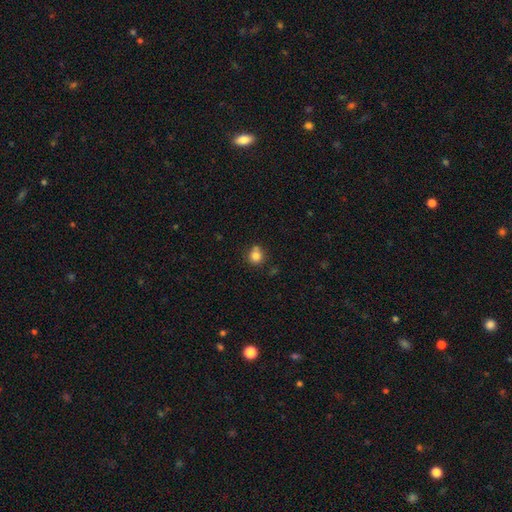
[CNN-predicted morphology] smooth_or_featured: smooth (p=0.81) [alt: star or artifact p=0.11]
how_rounded: round (p=0.87) [alt: in between p=0.12]
merging: none (p=0.67) [alt: minor disturbance p=0.16]